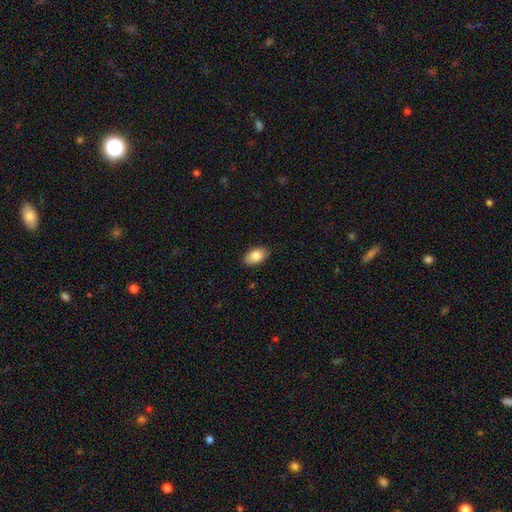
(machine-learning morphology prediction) A smooth galaxy with no disk features (84%) that is in between round and cigar-shaped (92%). Merging: none (88%).